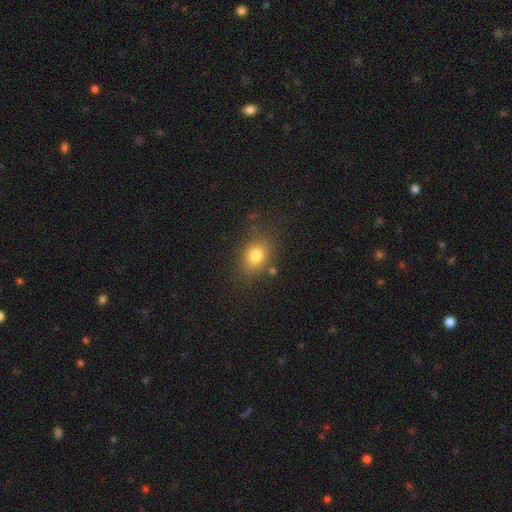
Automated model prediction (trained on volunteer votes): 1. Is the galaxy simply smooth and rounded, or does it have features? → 80% smooth, 11% star or artifact, 9% featured or disk.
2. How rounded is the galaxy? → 61% in between, 38% round, 1% cigar-shaped.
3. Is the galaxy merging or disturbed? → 79% none, 13% minor disturbance, 4% major disturbance, 4% merger.